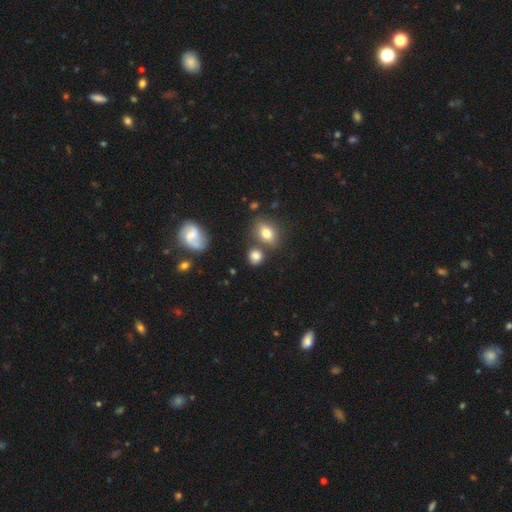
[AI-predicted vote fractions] A smooth galaxy with no disk features (78%) that is round (69%). Merging: none (69%).